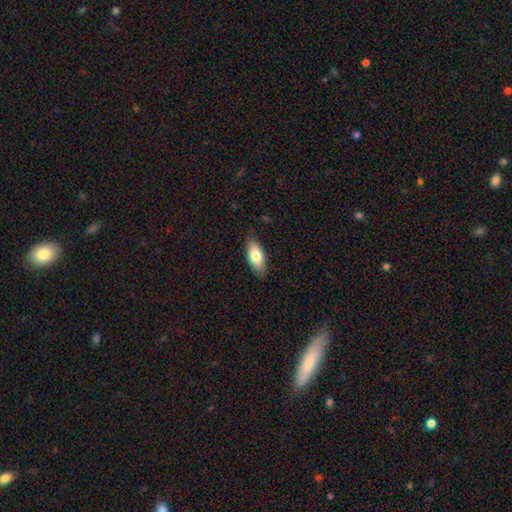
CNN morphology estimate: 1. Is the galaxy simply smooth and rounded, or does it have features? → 78% smooth, 15% featured or disk, 6% star or artifact.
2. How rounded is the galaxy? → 86% in between, 12% cigar-shaped, 3% round.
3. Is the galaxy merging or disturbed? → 83% none, 14% minor disturbance, 2% major disturbance, 1% merger.